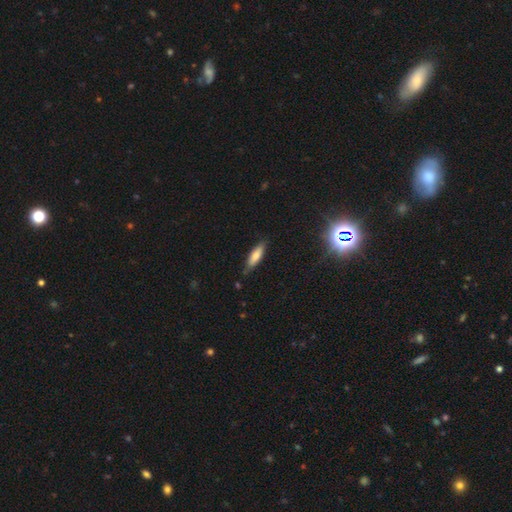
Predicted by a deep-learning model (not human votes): Q: Smooth or featured?
A: smooth (76%); runner-up: featured or disk (17%)
Q: How rounded?
A: cigar-shaped (58%); runner-up: in between (40%)
Q: Merging?
A: none (79%); runner-up: minor disturbance (17%)